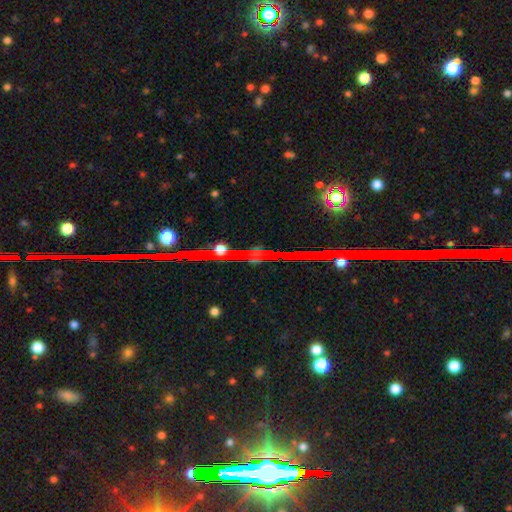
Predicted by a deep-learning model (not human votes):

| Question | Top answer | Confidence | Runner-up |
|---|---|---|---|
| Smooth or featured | star or artifact | 78% | featured or disk (12%) |